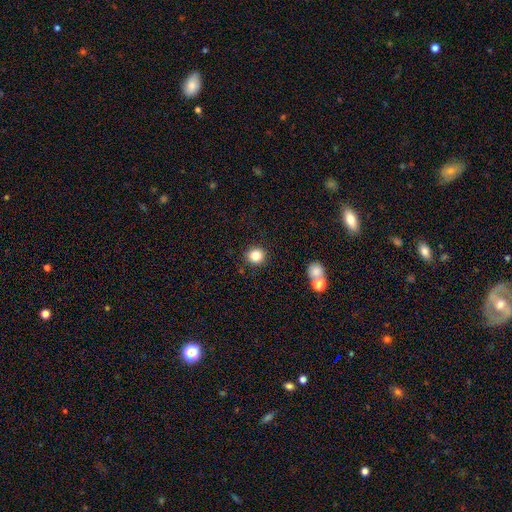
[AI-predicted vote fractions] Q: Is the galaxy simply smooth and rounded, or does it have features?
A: smooth — 84%.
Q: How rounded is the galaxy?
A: round — 89%.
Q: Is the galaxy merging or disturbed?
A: none — 90%.